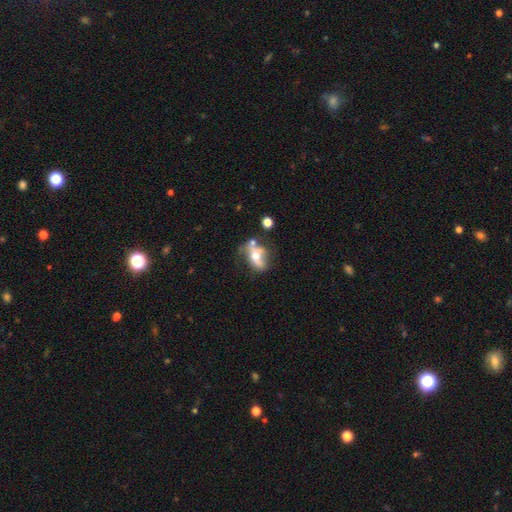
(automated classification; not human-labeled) Overall: featured or disk (51%; smooth 39%). Edge-on disk: no (73%). Merging: none (42%; minor disturbance 22%).